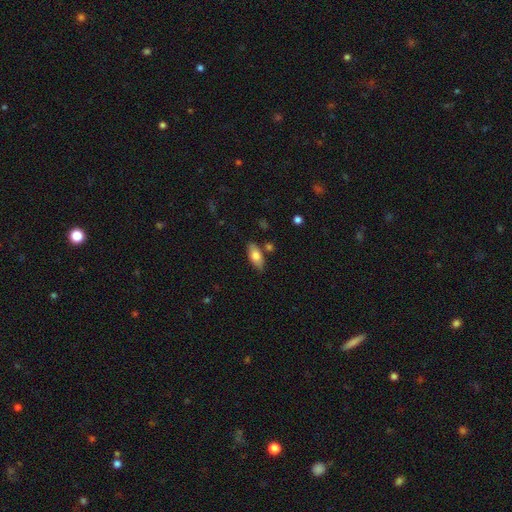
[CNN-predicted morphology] Overall: smooth (75%). How rounded: in between (84%). Merging: none (79%).